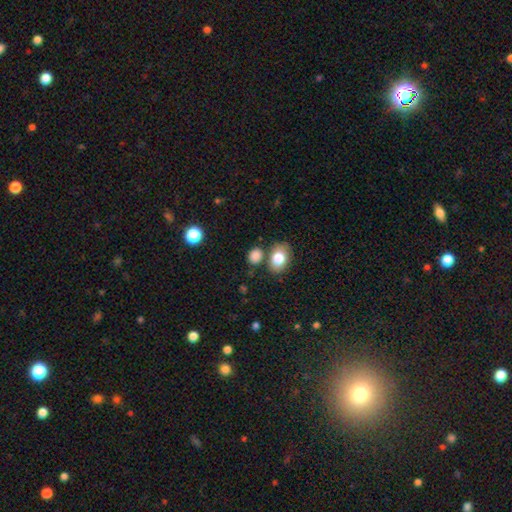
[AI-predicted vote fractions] Q: Smooth or featured?
A: smooth (83%); runner-up: star or artifact (10%)
Q: How rounded?
A: in between (58%); runner-up: round (41%)
Q: Merging?
A: none (70%); runner-up: merger (14%)